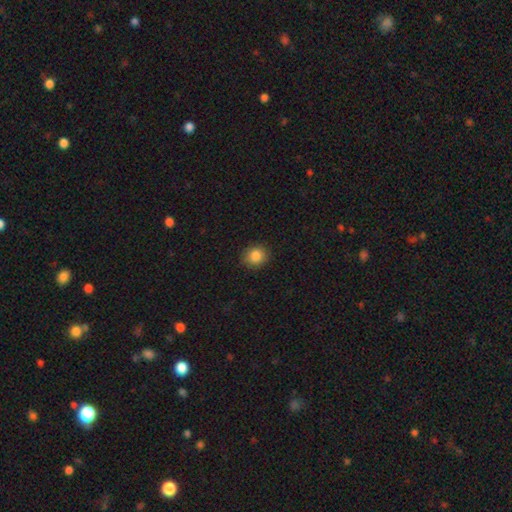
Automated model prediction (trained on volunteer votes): A smooth galaxy with no disk features (85%) that is round (77%). Merging: none (89%).